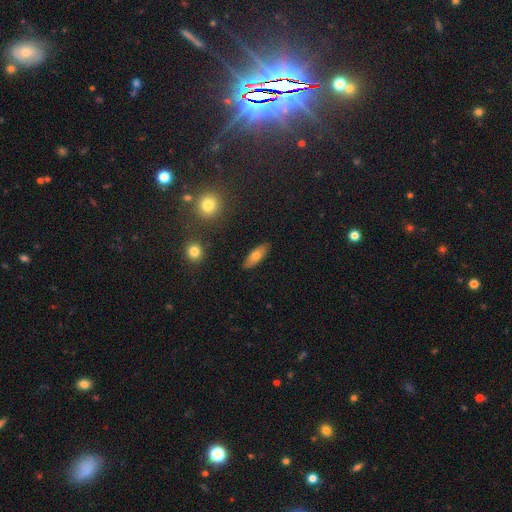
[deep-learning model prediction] This is likely a smooth galaxy (72%). How rounded: likely in between (73%). Merging: clearly none (88%).